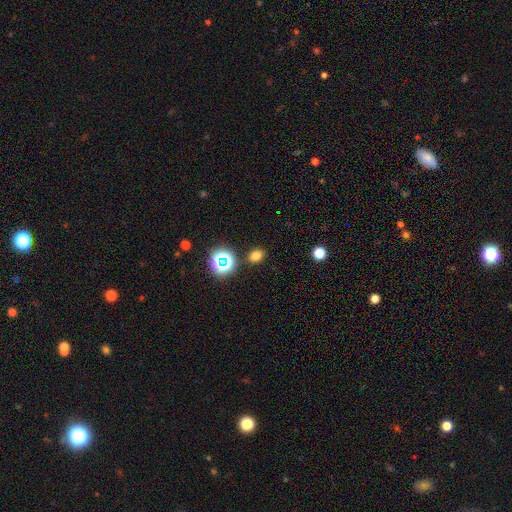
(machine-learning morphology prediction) Smooth or featured? Predicted: smooth (p=0.73). How rounded? Predicted: in between (p=0.56). Merging? Predicted: none (p=0.85).